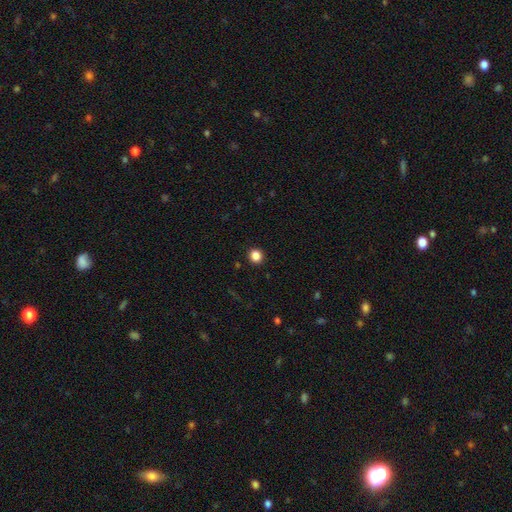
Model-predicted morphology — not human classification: Q: Smooth or featured?
A: smooth (86%); runner-up: star or artifact (11%)
Q: How rounded?
A: round (90%); runner-up: in between (10%)
Q: Merging?
A: none (92%); runner-up: minor disturbance (5%)